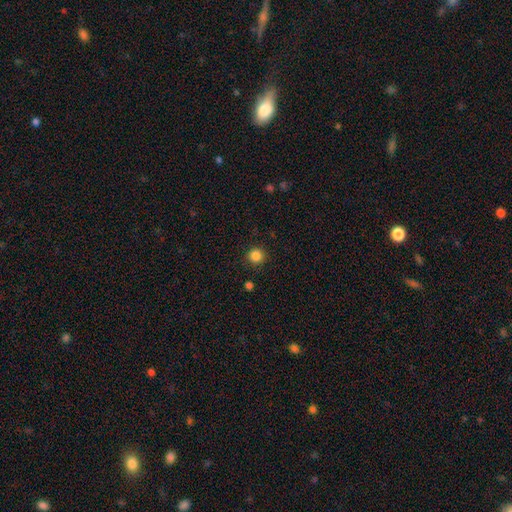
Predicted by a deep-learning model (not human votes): A smooth galaxy with no disk features (85%) that is round (94%).

Vote fractions:
- Smooth or featured? smooth: 85% / star or artifact: 12% / featured or disk: 3%
- How rounded? round: 94% / in between: 5% / cigar-shaped: 1%
- Merging? none: 90% / minor disturbance: 6% / major disturbance: 2% / merger: 1%